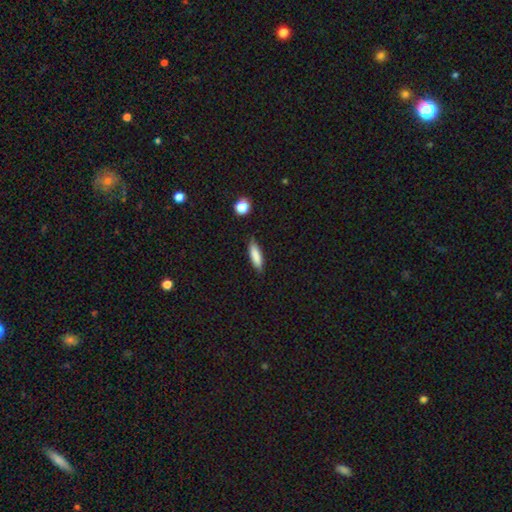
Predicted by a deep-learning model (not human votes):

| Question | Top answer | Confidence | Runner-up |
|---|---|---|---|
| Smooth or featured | smooth | 83% | featured or disk (10%) |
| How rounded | cigar-shaped | 59% | in between (39%) |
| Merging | none | 81% | minor disturbance (14%) |